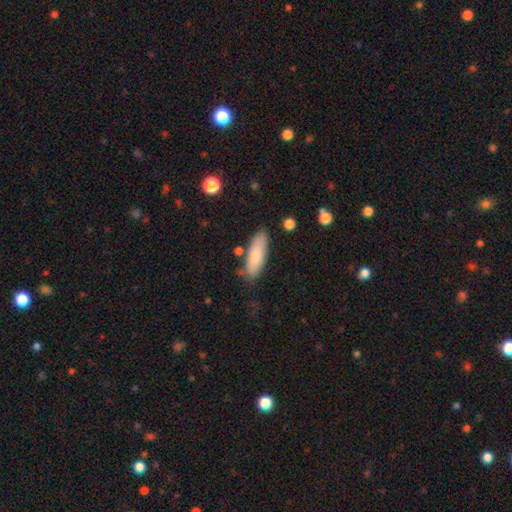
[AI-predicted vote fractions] Smooth or featured: smooth — 81% (featured or disk — 13%)
How rounded: in between — 60% (cigar-shaped — 38%)
Merging: none — 78% (minor disturbance — 15%)